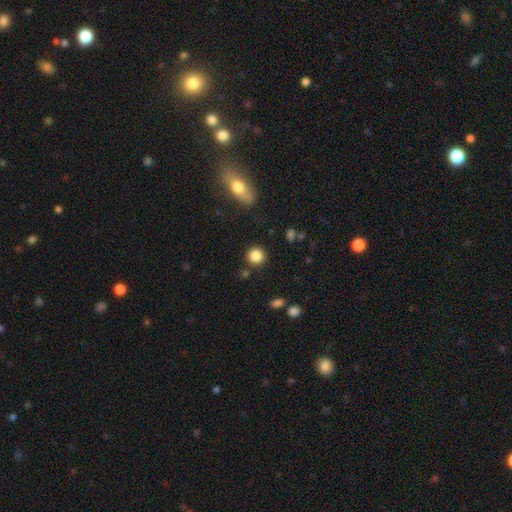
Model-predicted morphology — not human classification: This is clearly a smooth galaxy (85%). How rounded: clearly round (93%). Merging: clearly none (87%).